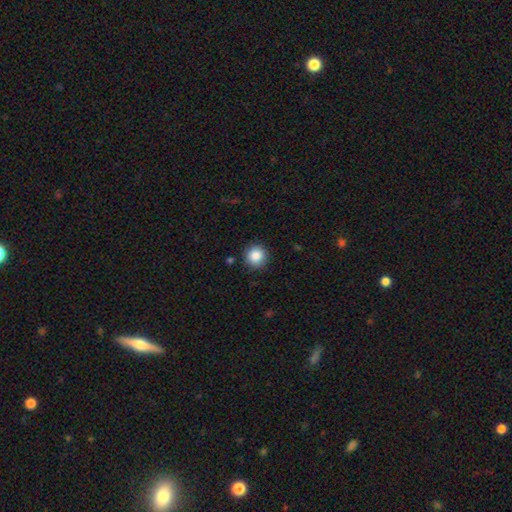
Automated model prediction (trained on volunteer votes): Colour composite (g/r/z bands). It shows a smooth galaxy with no disk features (87%) that is round (94%). Merging: none (90%).